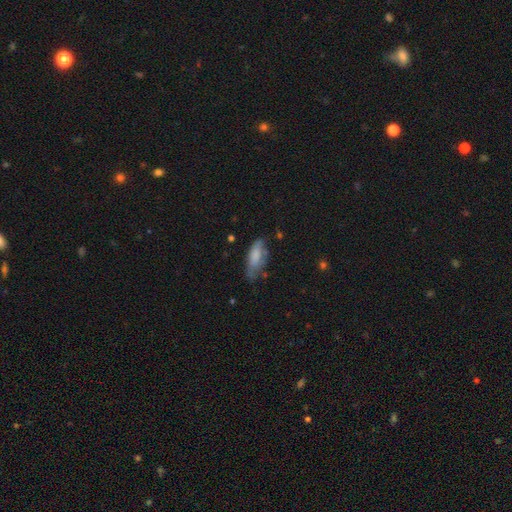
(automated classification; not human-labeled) This is likely a smooth galaxy (73%). How rounded: likely in between (75%). Merging: possibly none (48%).